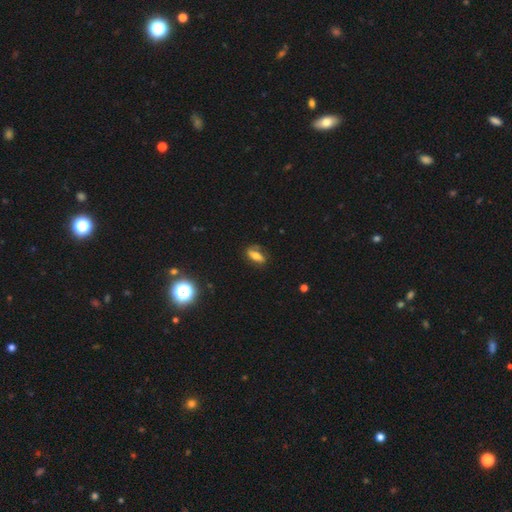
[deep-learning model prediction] smooth-or-featured: smooth: 54% | featured or disk: 35% | star or artifact: 11%
  how-rounded: in between: 71% | cigar-shaped: 23% | round: 6%
  merging: none: 72% | minor disturbance: 20% | major disturbance: 6% | merger: 2%